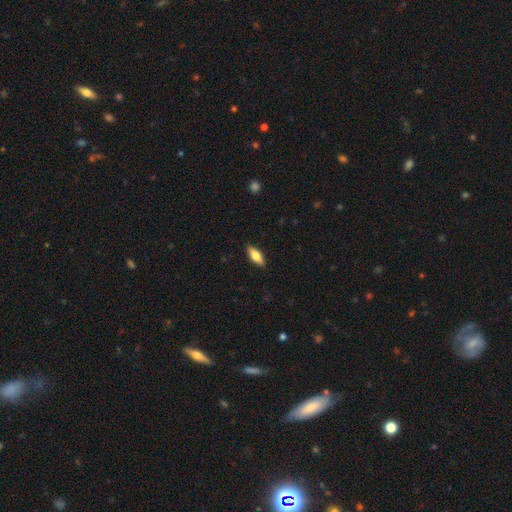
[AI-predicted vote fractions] The model was most divided on "smooth or featured": smooth: 72%, featured or disk: 22%, star or artifact: 6%. More confident: merging — none (88%); how rounded — in between (74%).